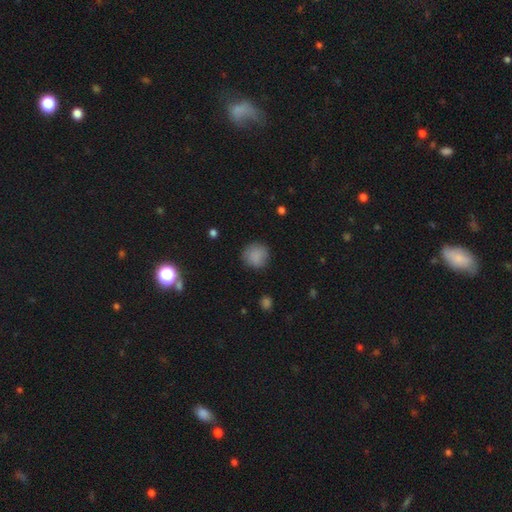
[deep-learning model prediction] smooth-or-featured: smooth: 86% | star or artifact: 9% | featured or disk: 5%
  how-rounded: round: 91% | in between: 8% | cigar-shaped: 1%
  merging: none: 84% | minor disturbance: 12% | major disturbance: 3% | merger: 1%